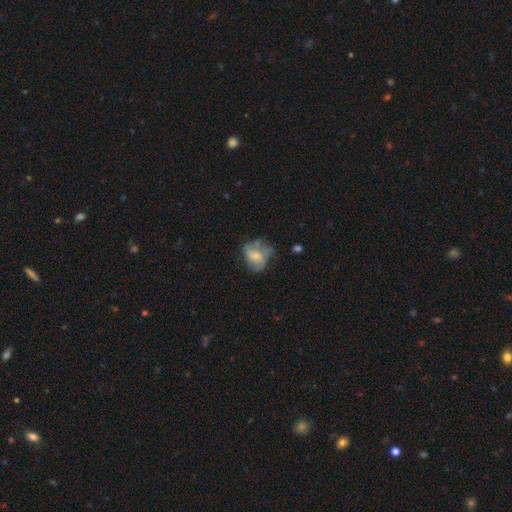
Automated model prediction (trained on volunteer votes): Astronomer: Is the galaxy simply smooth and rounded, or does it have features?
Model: featured or disk — 46% (runner-up: smooth, 45%).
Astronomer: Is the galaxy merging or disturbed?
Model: none — 37% (runner-up: major disturbance, 28%).